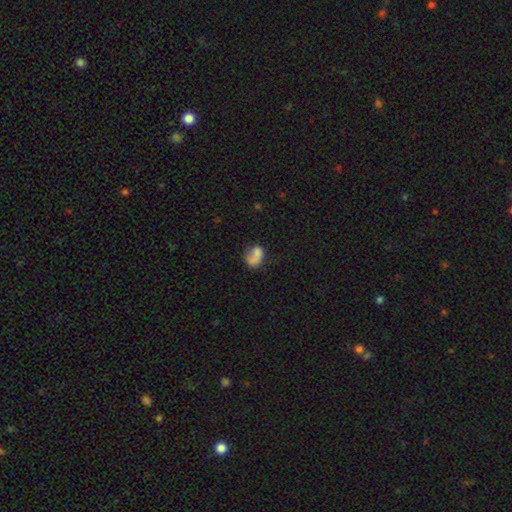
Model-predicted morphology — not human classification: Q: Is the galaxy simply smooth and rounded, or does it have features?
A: smooth — 68%.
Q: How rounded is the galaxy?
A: in between — 59%.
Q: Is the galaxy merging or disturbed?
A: none — 32%, tied with merger.